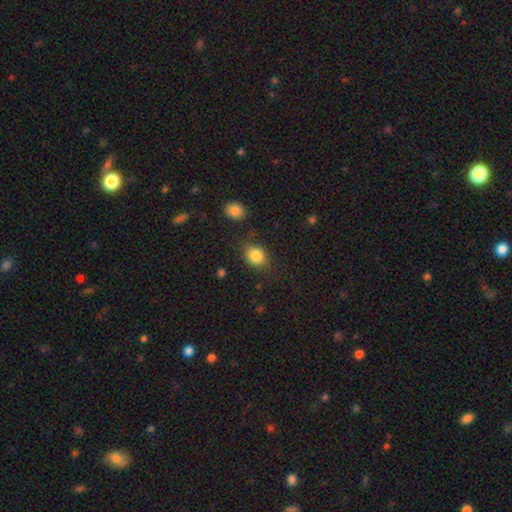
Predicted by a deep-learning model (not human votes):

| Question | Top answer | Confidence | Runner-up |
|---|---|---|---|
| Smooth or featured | smooth | 84% | star or artifact (10%) |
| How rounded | in between | 53% | round (45%) |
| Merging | none | 75% | minor disturbance (16%) |